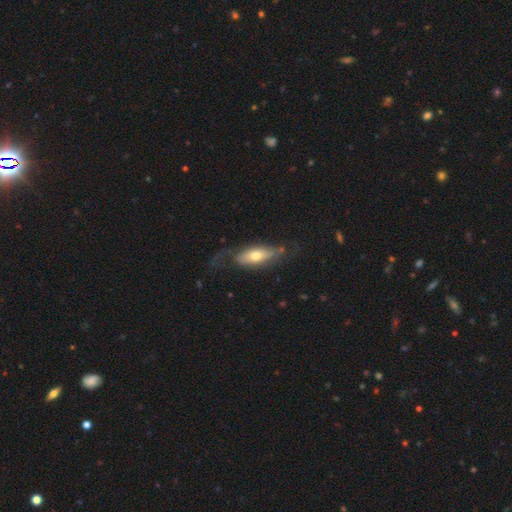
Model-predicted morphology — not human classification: smooth_or_featured: featured or disk (p=0.51) [alt: smooth p=0.43]
disk_edge_on: no (p=0.67) [alt: yes p=0.33]
merging: none (p=0.49) [alt: minor disturbance p=0.25]